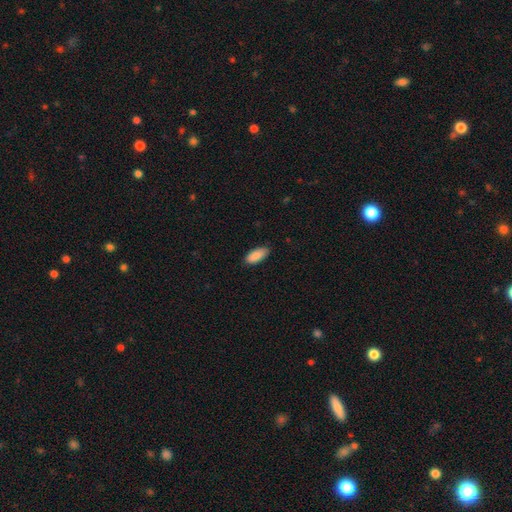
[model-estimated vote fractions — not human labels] Smooth or featured? Predicted: smooth (p=0.90). How rounded? Predicted: in between (p=0.89). Merging? Predicted: none (p=0.84).